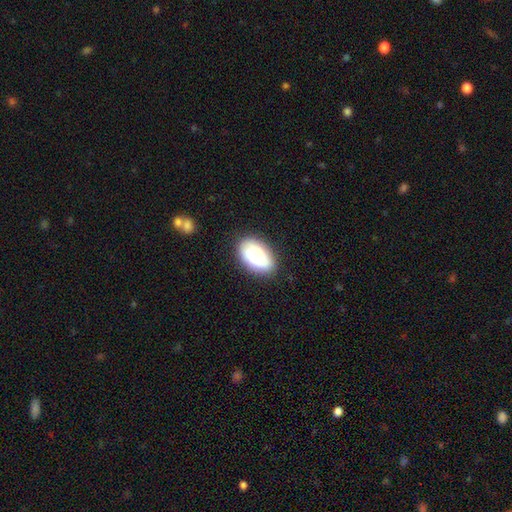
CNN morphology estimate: Smooth or featured?
  - smooth: 78% *
  - featured or disk: 15%
  - star or artifact: 7%
How rounded?
  - in between: 91% *
  - round: 7%
  - cigar-shaped: 1%
Merging?
  - none: 81% *
  - minor disturbance: 14%
  - major disturbance: 3%
  - merger: 2%